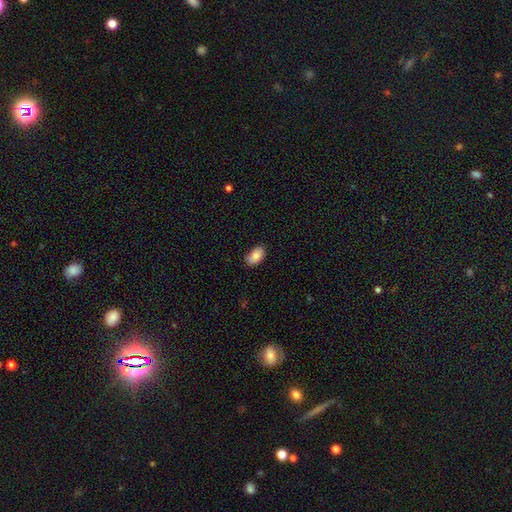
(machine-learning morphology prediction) A smooth galaxy with no disk features (87%) that is in between round and cigar-shaped (93%). Merging: none (81%).